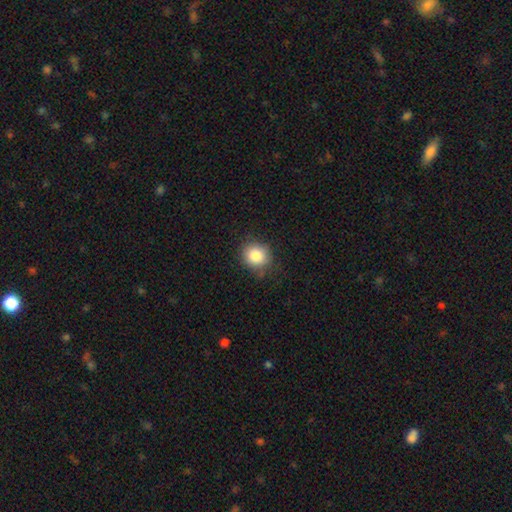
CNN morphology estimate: smooth-or-featured: smooth: 83% | star or artifact: 10% | featured or disk: 7%
  how-rounded: round: 78% | in between: 21% | cigar-shaped: 1%
  merging: none: 81% | minor disturbance: 14% | major disturbance: 3% | merger: 1%